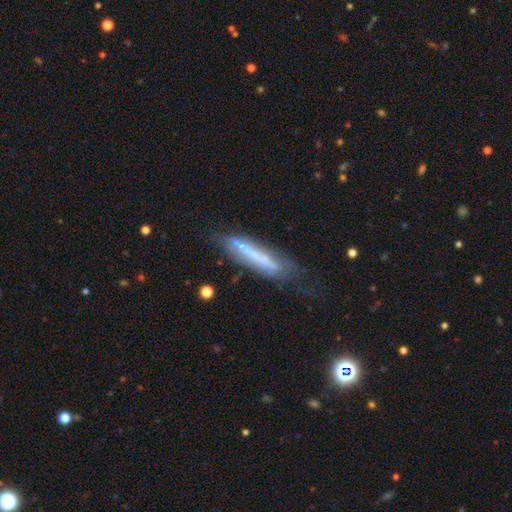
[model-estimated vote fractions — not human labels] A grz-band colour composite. It shows a featured or disk galaxy (55%) viewed edge-on (64%). Merging: none (54%).